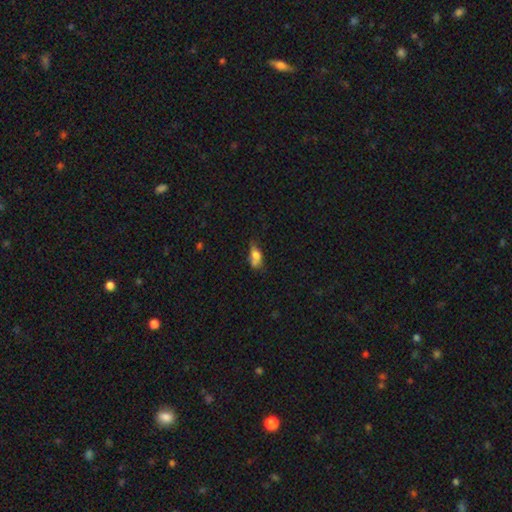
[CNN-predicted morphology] type=smooth (67%); roundness=in between (78%); merging=none (37%).